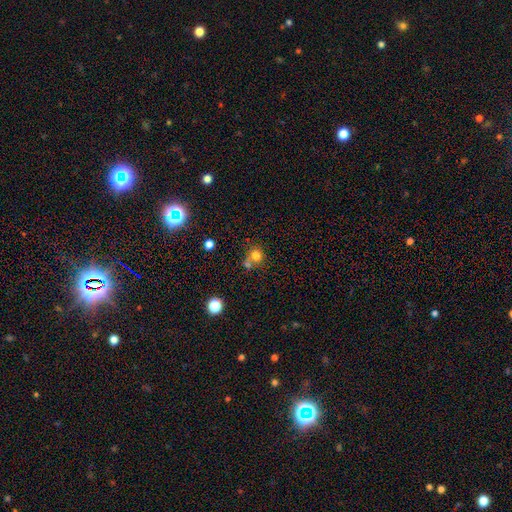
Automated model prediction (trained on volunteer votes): Smooth or featured? smooth (76%)
How rounded? round (87%)
Merging? none (52%)